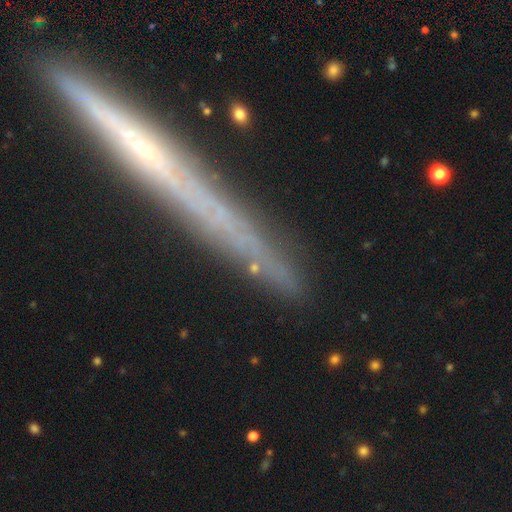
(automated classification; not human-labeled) A featured or disk galaxy (68%) viewed edge-on (93%) with no central bulge (77%). Merging: none (87%).